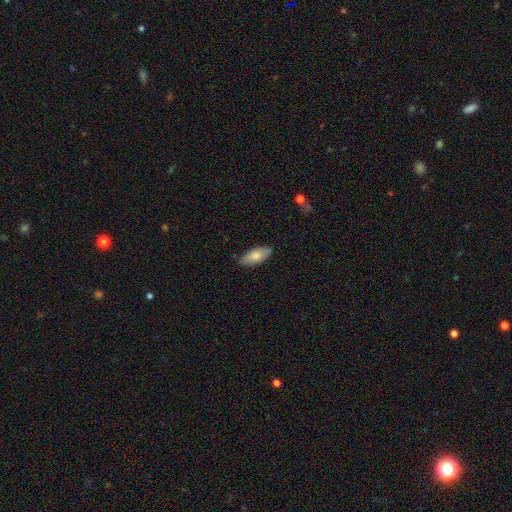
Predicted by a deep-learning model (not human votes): This appears to be a smooth galaxy with no disk features (80%) that is in between round and cigar-shaped (87%). Merging: none (86%).